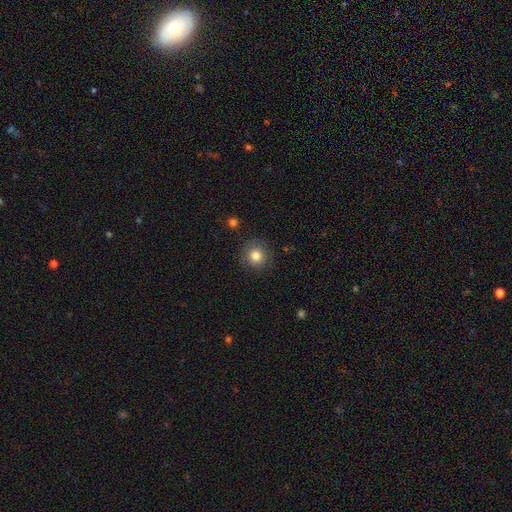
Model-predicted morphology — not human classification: This is clearly a smooth galaxy (81%). How rounded: clearly round (94%). Merging: clearly none (85%).